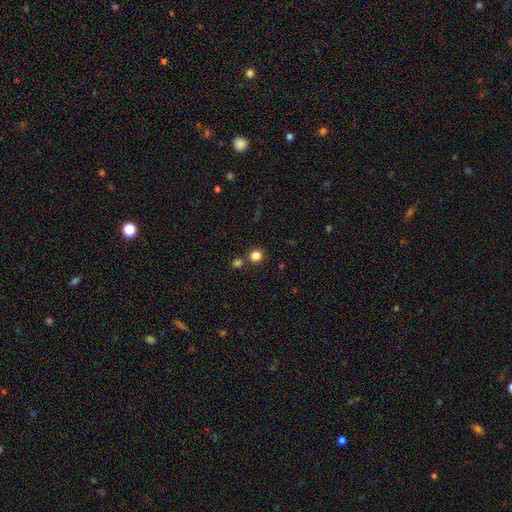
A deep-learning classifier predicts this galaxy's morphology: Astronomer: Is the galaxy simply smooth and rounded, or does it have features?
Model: smooth — 83%.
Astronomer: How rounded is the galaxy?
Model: round — 89%.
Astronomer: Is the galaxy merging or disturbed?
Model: none — 75%.